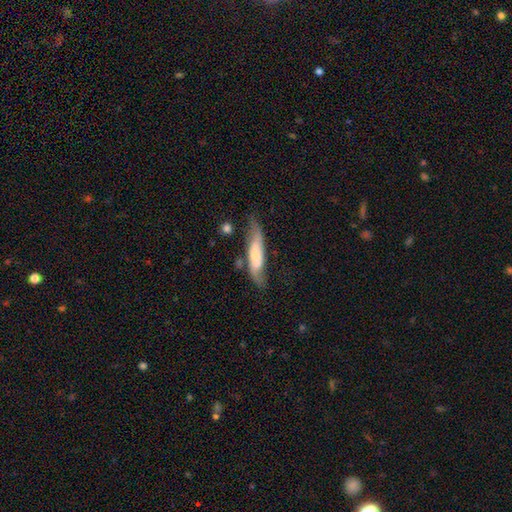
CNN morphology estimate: type=smooth (48%); merging=none (57%).